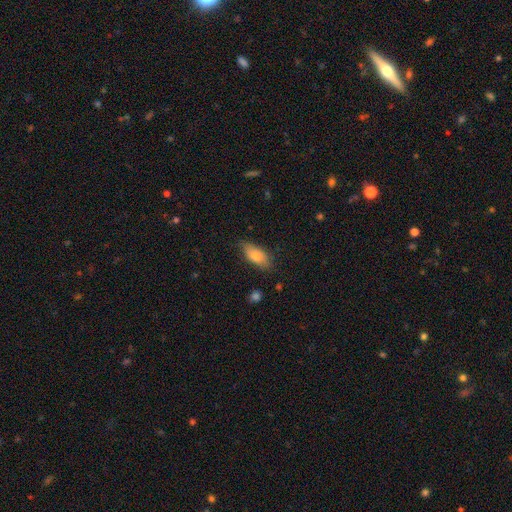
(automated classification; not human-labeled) Smooth or featured?
  - smooth: 75% *
  - featured or disk: 18%
  - star or artifact: 7%
How rounded?
  - in between: 82% *
  - cigar-shaped: 15%
  - round: 3%
Merging?
  - none: 78% *
  - minor disturbance: 18%
  - major disturbance: 3%
  - merger: 1%